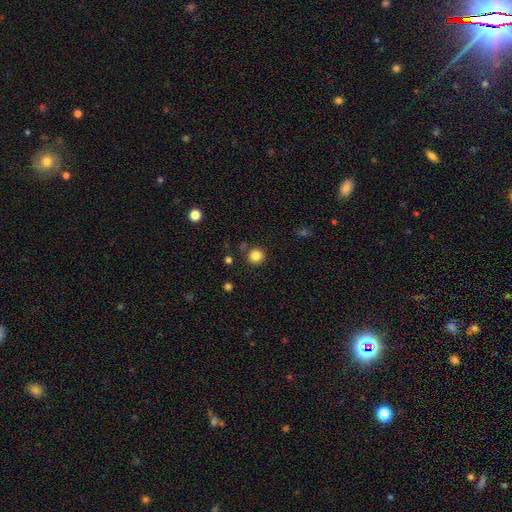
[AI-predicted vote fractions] Overall: smooth (84%). How rounded: round (92%). Merging: none (86%).